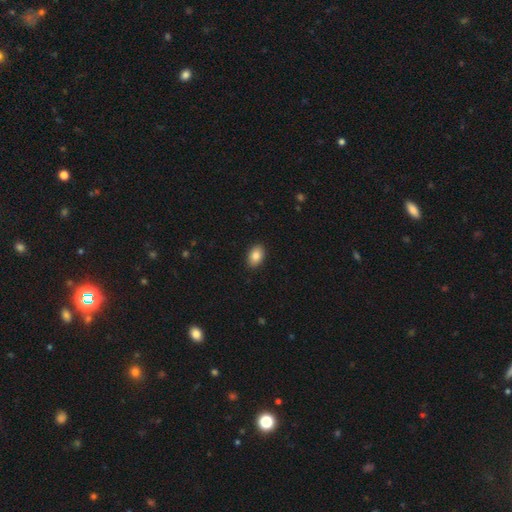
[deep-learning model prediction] Smooth or featured? smooth (86%)
How rounded? in between (87%)
Merging? none (90%)